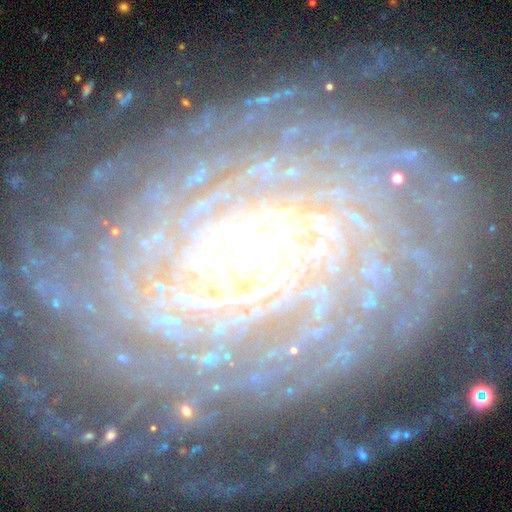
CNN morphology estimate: Overall: featured or disk (88%). Edge-on disk: no (95%). Bar: no (62%; weak 24%). Spiral arms: yes (95%). Spiral arm count: can't tell (30%; more than 4 24%). Spiral winding: tight (79%). Bulge size: moderate (52%; small 31%). Merging: none (76%).